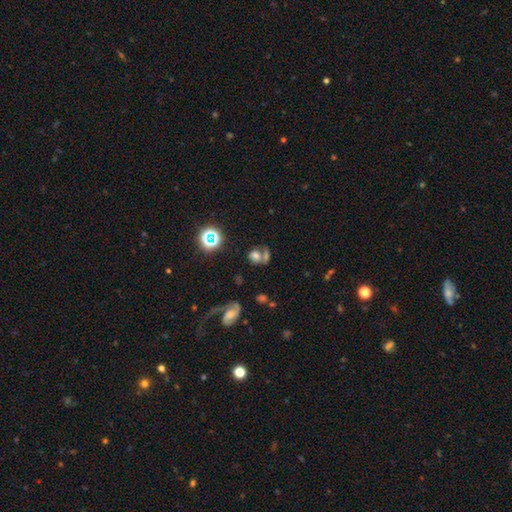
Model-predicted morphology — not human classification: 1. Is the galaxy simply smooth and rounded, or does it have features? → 55% smooth, 24% featured or disk, 21% star or artifact.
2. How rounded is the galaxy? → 55% round, 44% in between, 2% cigar-shaped.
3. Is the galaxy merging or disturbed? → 45% merger, 32% none, 12% major disturbance, 11% minor disturbance.